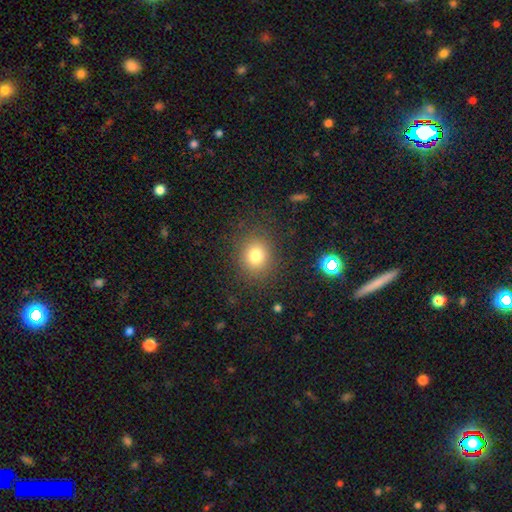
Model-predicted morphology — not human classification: smooth 77%, star or artifact 14%, featured or disk 8%. Down the decision tree: how rounded — round (75%); merging — none (85%).